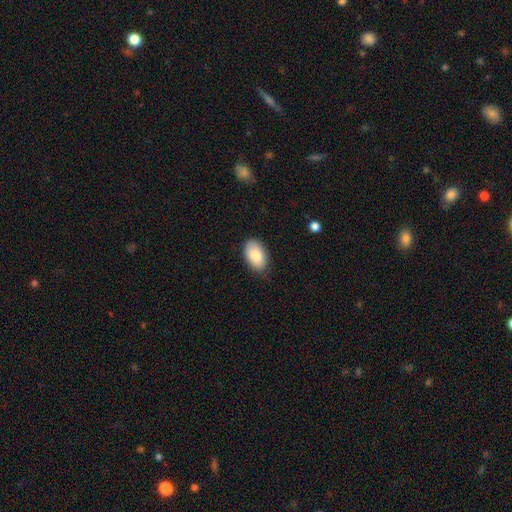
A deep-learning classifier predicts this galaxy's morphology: A smooth galaxy with no disk features (84%) that is in between round and cigar-shaped (93%).

Vote fractions:
- Smooth or featured? smooth: 84% / featured or disk: 10% / star or artifact: 6%
- How rounded? in between: 93% / round: 6% / cigar-shaped: 1%
- Merging? none: 80% / minor disturbance: 16% / major disturbance: 3% / merger: 1%